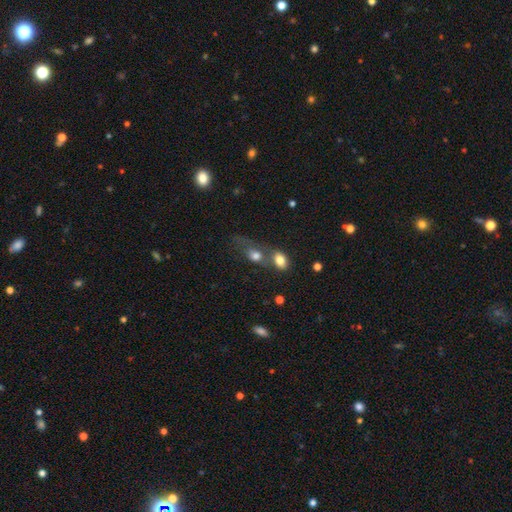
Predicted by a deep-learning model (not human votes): Smooth or featured? Predicted: smooth (p=0.75). How rounded? Predicted: in between (p=0.63). Merging? Predicted: merger (p=0.57).